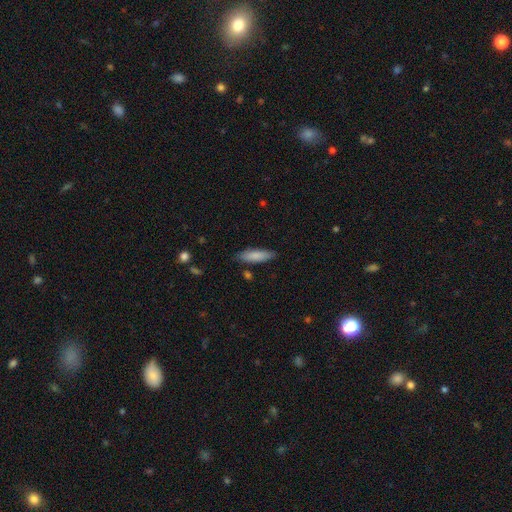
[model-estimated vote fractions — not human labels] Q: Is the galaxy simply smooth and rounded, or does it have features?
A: smooth — 83%.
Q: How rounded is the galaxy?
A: cigar-shaped — 58%.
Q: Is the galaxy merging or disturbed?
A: none — 84%.